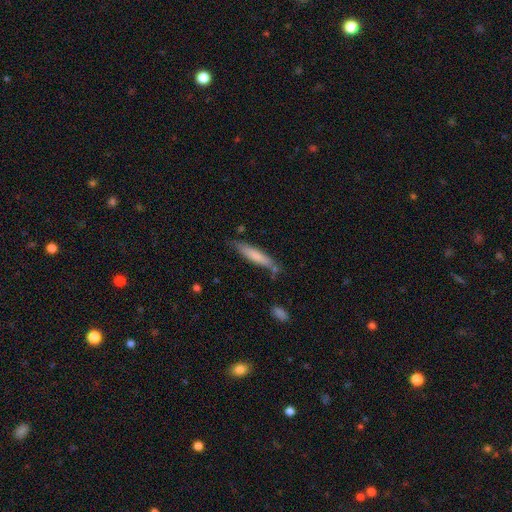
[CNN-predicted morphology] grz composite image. It shows a smooth galaxy with no disk features (75%) that is cigar-shaped (87%). Merging: none (74%).